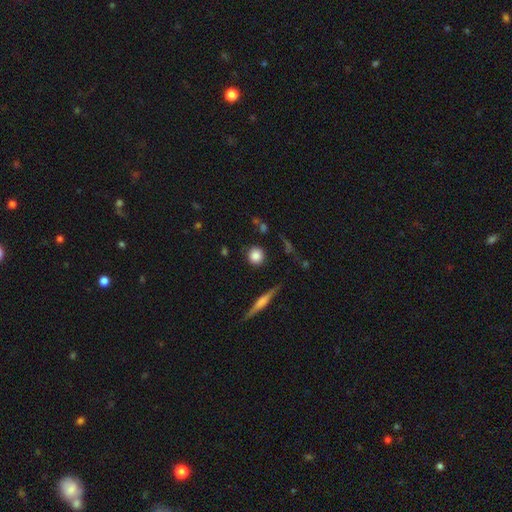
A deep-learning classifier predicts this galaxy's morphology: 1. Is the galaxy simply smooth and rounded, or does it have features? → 82% smooth, 9% star or artifact, 9% featured or disk.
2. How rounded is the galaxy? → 90% round, 8% in between, 2% cigar-shaped.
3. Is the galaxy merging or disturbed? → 86% none, 9% minor disturbance, 3% merger, 3% major disturbance.